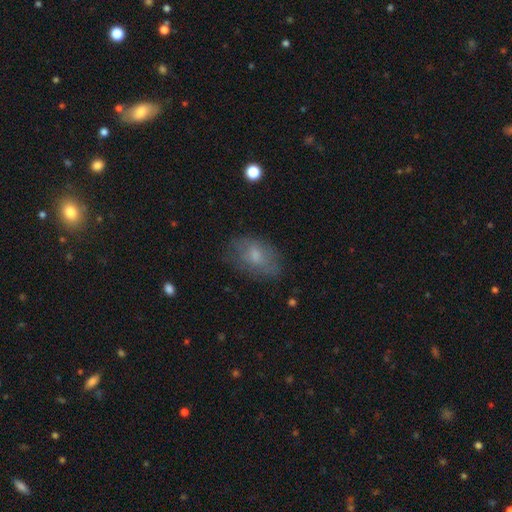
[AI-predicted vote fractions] Q: Smooth or featured?
A: smooth (65%); runner-up: featured or disk (26%)
Q: How rounded?
A: in between (87%); runner-up: round (11%)
Q: Merging?
A: none (67%); runner-up: minor disturbance (22%)